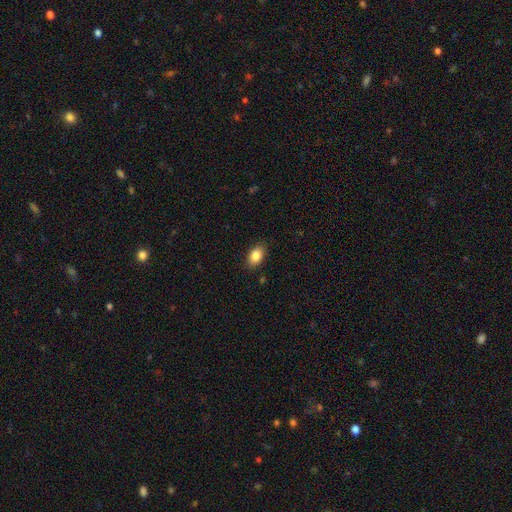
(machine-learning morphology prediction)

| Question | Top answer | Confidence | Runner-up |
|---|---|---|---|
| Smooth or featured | smooth | 85% | star or artifact (8%) |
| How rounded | in between | 88% | round (10%) |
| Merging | none | 86% | minor disturbance (10%) |